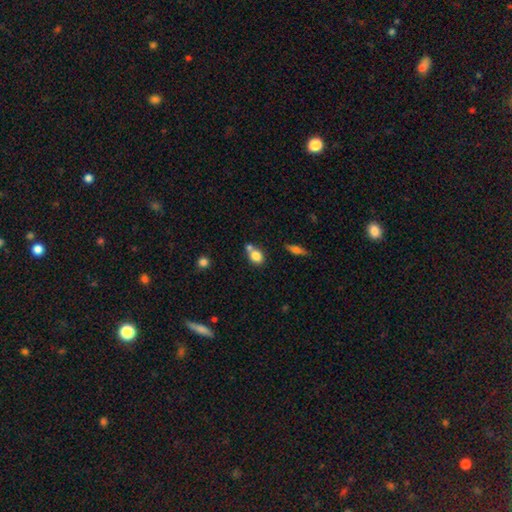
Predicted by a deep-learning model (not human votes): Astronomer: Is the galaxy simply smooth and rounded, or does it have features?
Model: smooth — 80%.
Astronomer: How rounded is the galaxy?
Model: in between — 52% (runner-up: round, 47%).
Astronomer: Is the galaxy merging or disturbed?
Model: none — 49% (runner-up: merger, 36%).